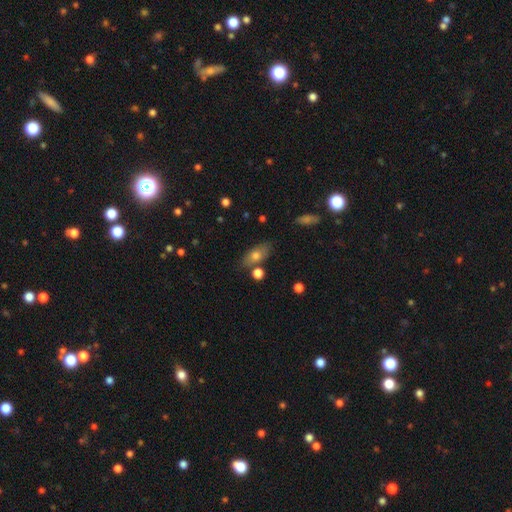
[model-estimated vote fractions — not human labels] Q: Smooth or featured?
A: smooth (72%); runner-up: featured or disk (20%)
Q: How rounded?
A: in between (82%); runner-up: cigar-shaped (10%)
Q: Merging?
A: none (72%); runner-up: minor disturbance (15%)